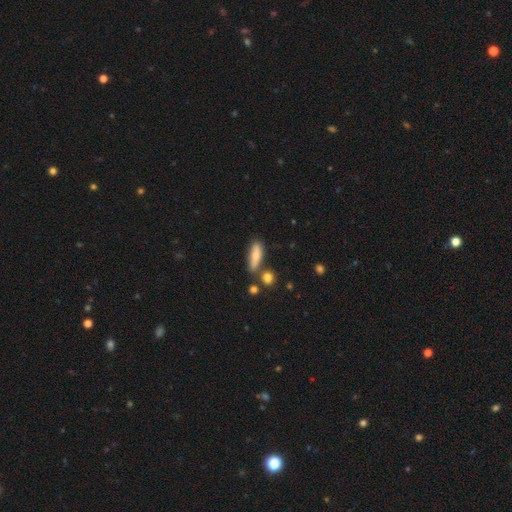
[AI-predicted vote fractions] Q: Smooth or featured?
A: smooth (73%); runner-up: featured or disk (19%)
Q: How rounded?
A: in between (50%); runner-up: cigar-shaped (47%)
Q: Merging?
A: none (67%); runner-up: minor disturbance (17%)